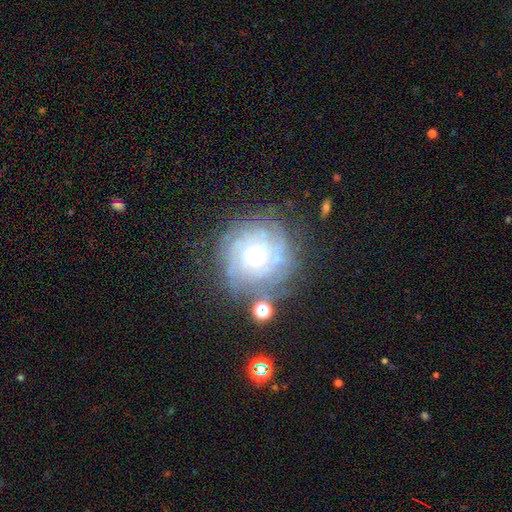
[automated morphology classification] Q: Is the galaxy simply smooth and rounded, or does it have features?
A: featured or disk — 75%.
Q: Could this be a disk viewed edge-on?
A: no — 97%.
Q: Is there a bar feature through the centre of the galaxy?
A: no — 83%.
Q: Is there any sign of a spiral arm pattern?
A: yes — 85%.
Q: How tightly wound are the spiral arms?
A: tight — 75%.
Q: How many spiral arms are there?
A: can't tell — 49%.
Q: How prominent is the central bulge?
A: moderate — 69%.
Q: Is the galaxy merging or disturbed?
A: none — 71%.